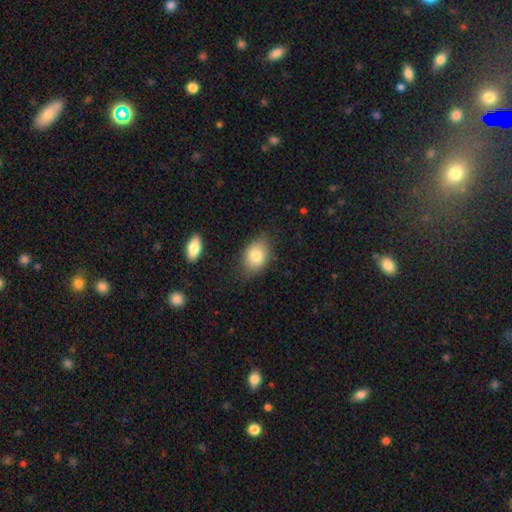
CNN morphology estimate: Overall: smooth (80%). How rounded: in between (73%). Merging: none (76%).